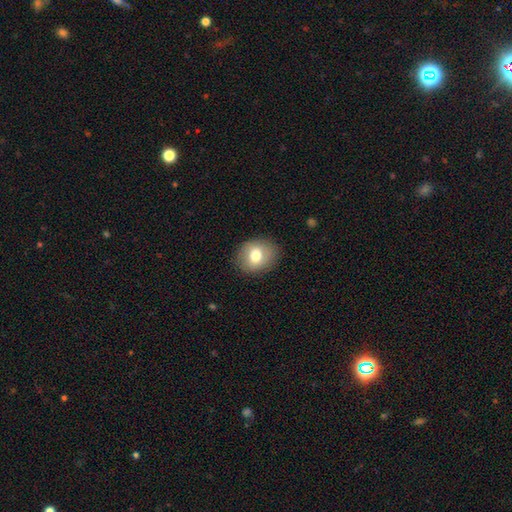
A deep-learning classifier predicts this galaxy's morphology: This appears to be a smooth galaxy with no disk features (74%) that is round (50%). Merging: none (85%).